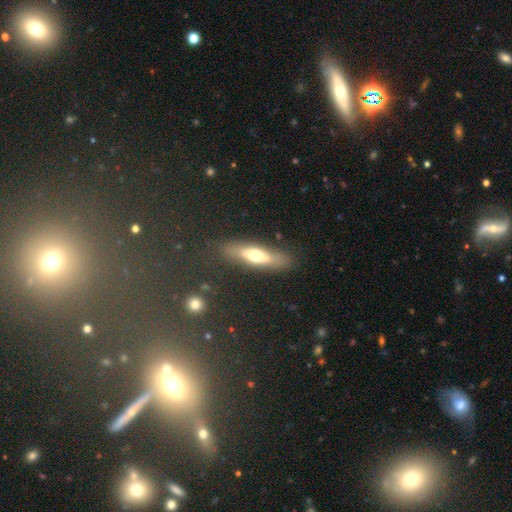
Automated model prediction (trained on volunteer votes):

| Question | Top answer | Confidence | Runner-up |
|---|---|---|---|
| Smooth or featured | smooth | 53% | featured or disk (40%) |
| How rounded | cigar-shaped | 61% | in between (36%) |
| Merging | none | 81% | minor disturbance (13%) |